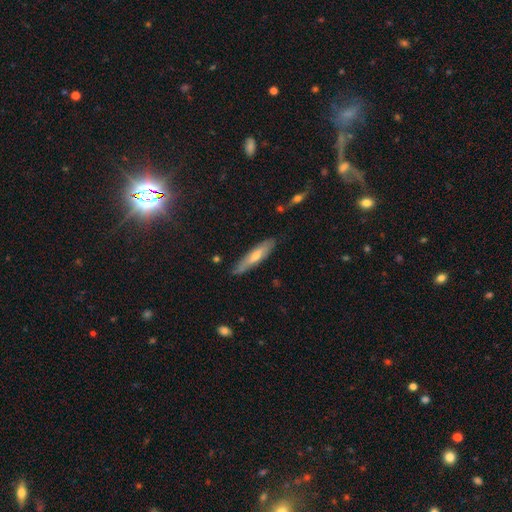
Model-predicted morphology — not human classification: The model was most divided on "smooth or featured": smooth: 49%, featured or disk: 44%, star or artifact: 7%. More confident: merging — none (81%).